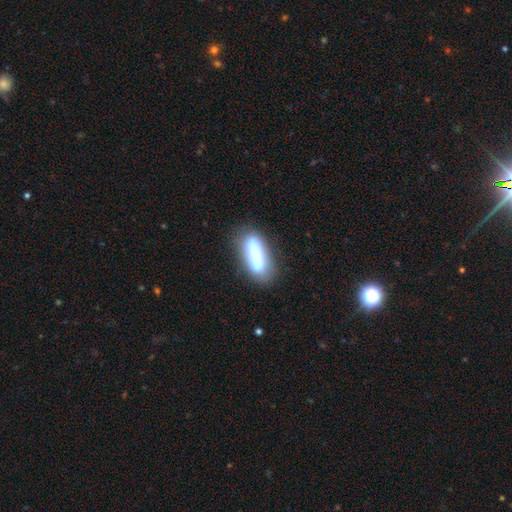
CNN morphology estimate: smooth 59%, featured or disk 34%, star or artifact 8%. Down the decision tree: how rounded — in between (51%); merging — none (75%).